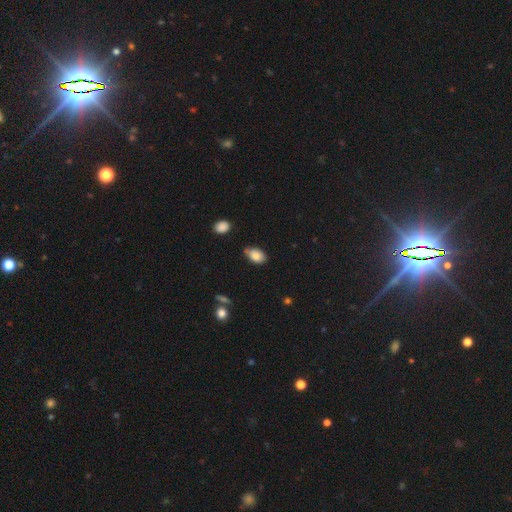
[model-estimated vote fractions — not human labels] This appears to be a smooth galaxy with no disk features (86%) that is in between round and cigar-shaped (91%). Merging: none (67%).